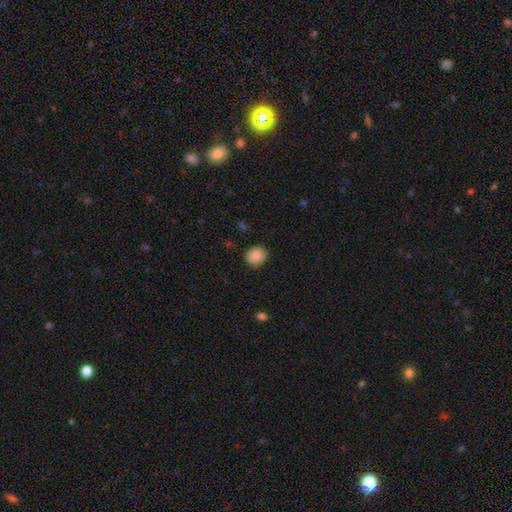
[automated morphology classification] Smooth or featured? Predicted: smooth (p=0.88). How rounded? Predicted: round (p=0.71). Merging? Predicted: none (p=0.82).